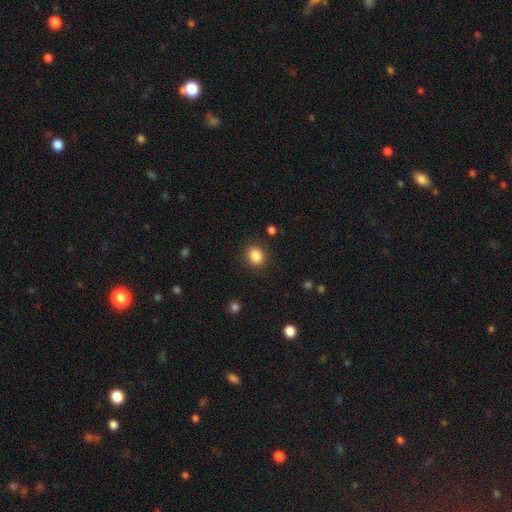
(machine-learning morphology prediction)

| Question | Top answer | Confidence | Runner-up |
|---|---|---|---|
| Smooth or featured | smooth | 86% | star or artifact (10%) |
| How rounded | round | 71% | in between (28%) |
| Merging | none | 88% | minor disturbance (8%) |